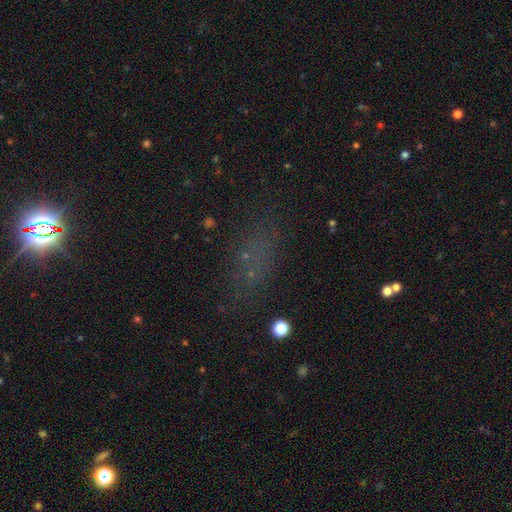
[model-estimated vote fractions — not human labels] Smooth or featured? Predicted: smooth (p=0.45). Merging? Predicted: none (p=0.62).